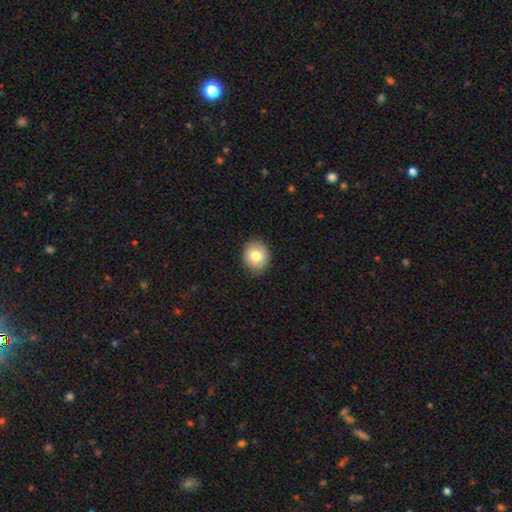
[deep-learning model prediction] The model was most divided on "how rounded": round: 72%, in between: 28%, cigar-shaped: 1%. More confident: merging — none (87%); smooth or featured — smooth (80%).